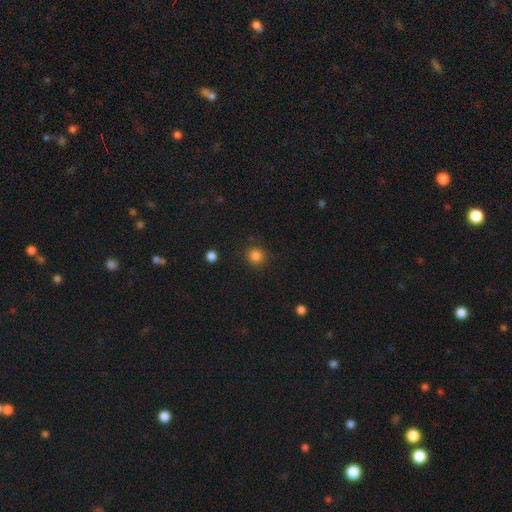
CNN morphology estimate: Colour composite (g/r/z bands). It shows a smooth galaxy with no disk features (84%) that is round (92%). Merging: none (89%).